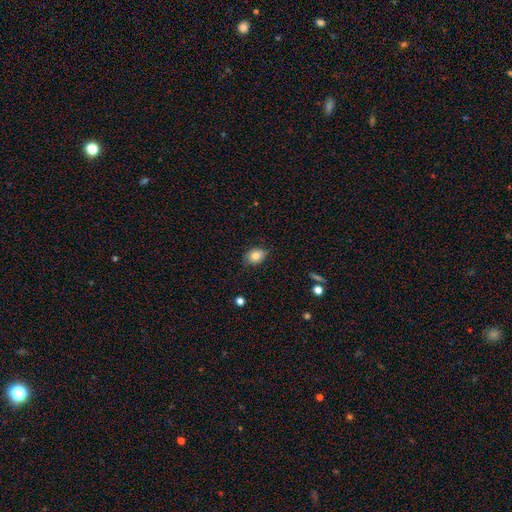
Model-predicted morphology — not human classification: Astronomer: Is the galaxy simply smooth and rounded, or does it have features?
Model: smooth — 82%.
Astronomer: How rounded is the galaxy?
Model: in between — 61% (runner-up: round, 38%).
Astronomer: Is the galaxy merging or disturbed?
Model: none — 75%.